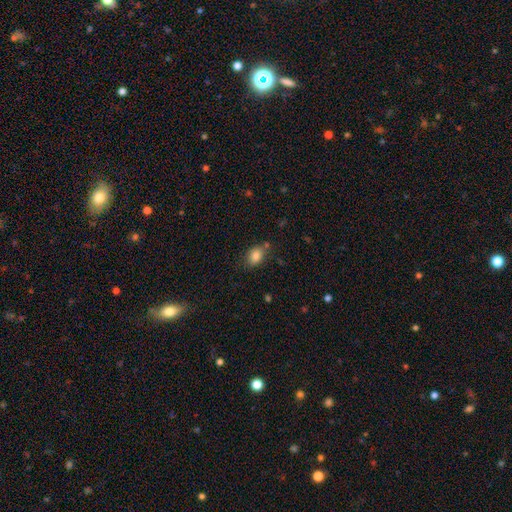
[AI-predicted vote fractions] Q: Smooth or featured?
A: smooth (82%); runner-up: star or artifact (9%)
Q: How rounded?
A: in between (75%); runner-up: round (24%)
Q: Merging?
A: none (70%); runner-up: minor disturbance (18%)